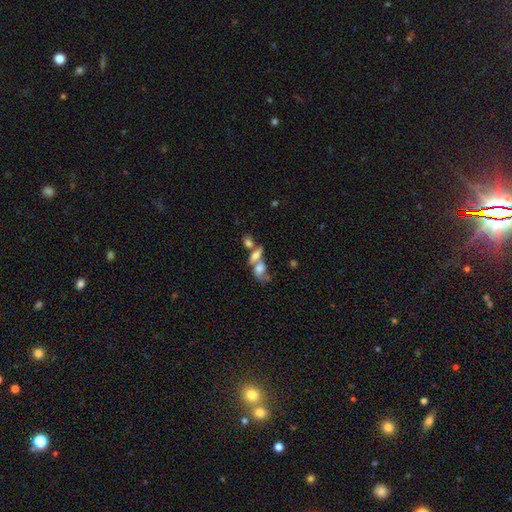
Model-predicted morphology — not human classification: smooth 55%, featured or disk 32%, star or artifact 13%. Down the decision tree: how rounded — in between (73%); merging — merger (61%).